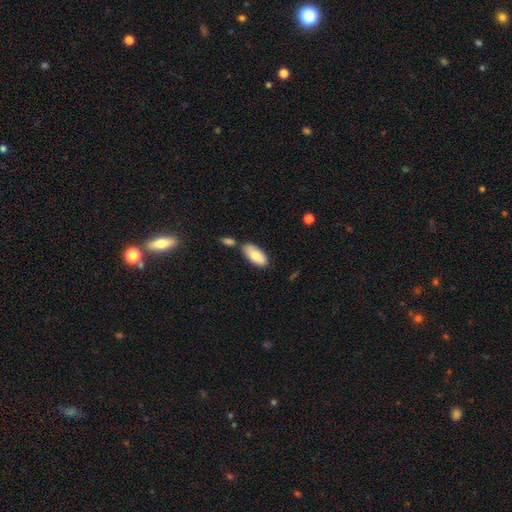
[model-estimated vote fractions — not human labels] A smooth galaxy with no disk features (77%) that is in between round and cigar-shaped (90%).

Vote fractions:
- Smooth or featured? smooth: 77% / featured or disk: 17% / star or artifact: 6%
- How rounded? in between: 90% / cigar-shaped: 8% / round: 2%
- Merging? none: 68% / merger: 15% / minor disturbance: 14% / major disturbance: 3%